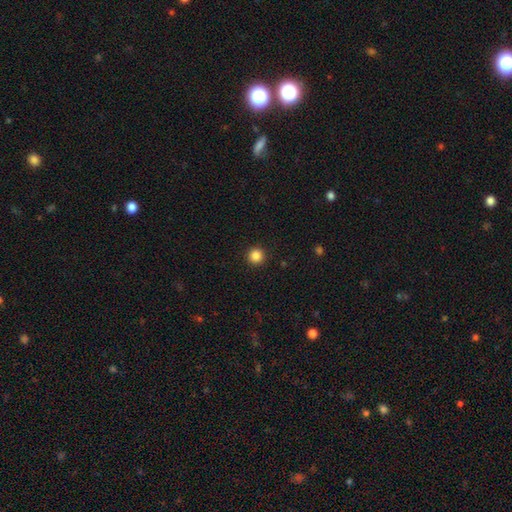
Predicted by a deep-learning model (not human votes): The model was most divided on "smooth or featured": smooth: 86%, star or artifact: 11%, featured or disk: 3%. More confident: how rounded — round (96%); merging — none (93%).